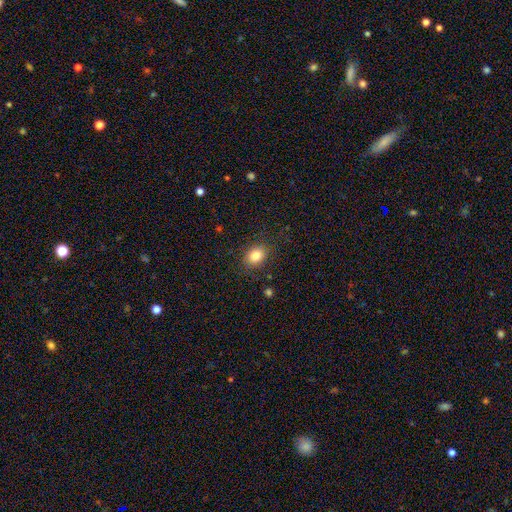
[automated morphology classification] type=smooth (83%); roundness=in between (60%); merging=none (86%).